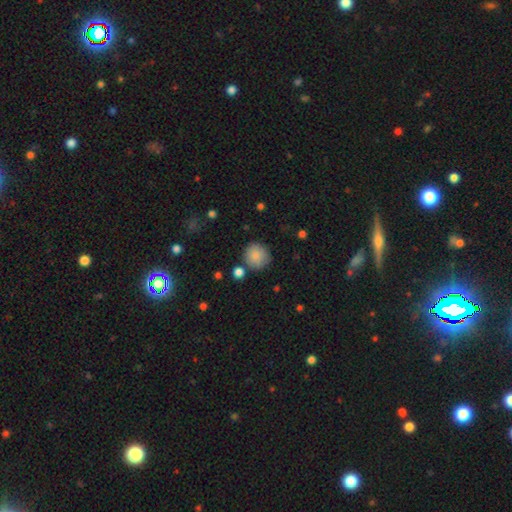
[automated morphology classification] smooth-or-featured: smooth: 87% | star or artifact: 8% | featured or disk: 5%
  how-rounded: round: 90% | in between: 9% | cigar-shaped: 1%
  merging: none: 78% | minor disturbance: 12% | merger: 6% | major disturbance: 4%